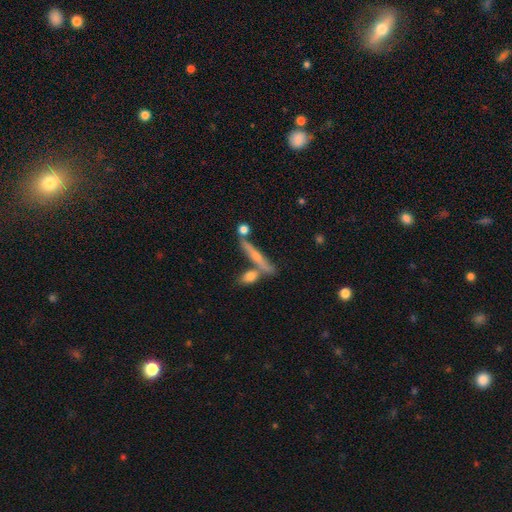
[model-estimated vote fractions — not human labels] A smooth galaxy with no disk features (49%). Merging: none (66%).